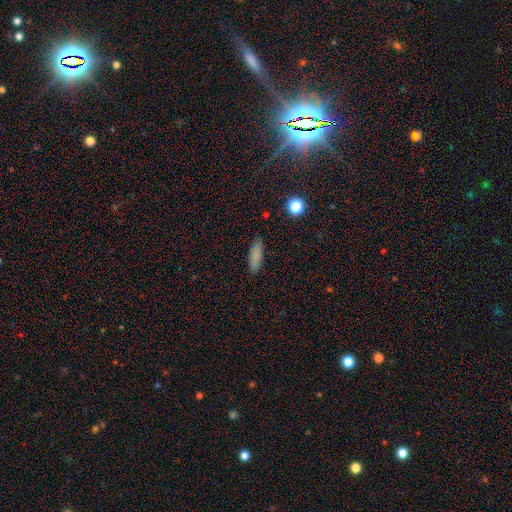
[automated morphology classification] Smooth or featured? Predicted: smooth (p=0.83). How rounded? Predicted: in between (p=0.50). Merging? Predicted: none (p=0.88).